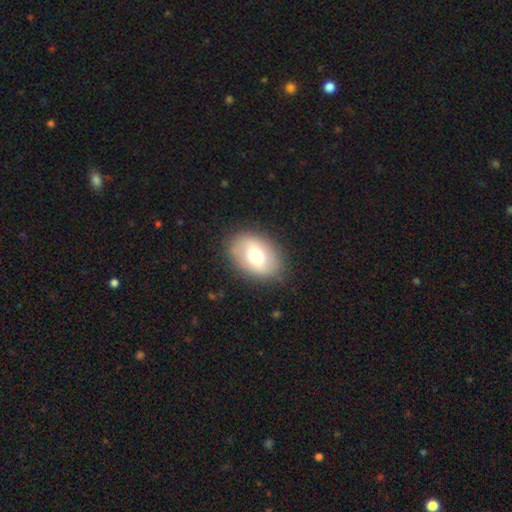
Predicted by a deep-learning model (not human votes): smooth 67%, featured or disk 26%, star or artifact 8%. Down the decision tree: how rounded — in between (82%); merging — none (84%).